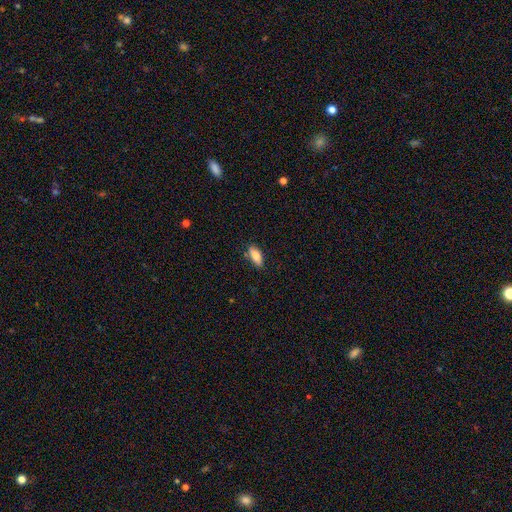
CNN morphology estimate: The model was most divided on "how rounded": in between: 84%, cigar-shaped: 14%, round: 2%. More confident: smooth or featured — smooth (84%); merging — none (83%).